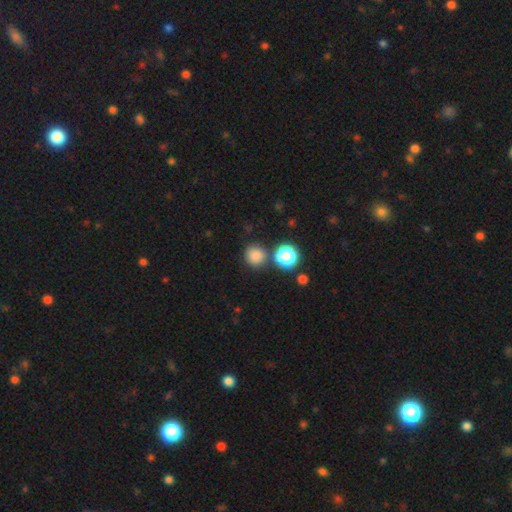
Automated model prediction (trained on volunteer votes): A smooth galaxy with no disk features (81%) that is round (90%). Merging: none (77%).